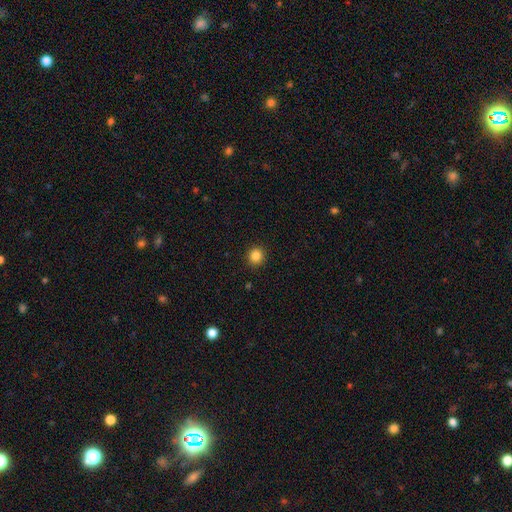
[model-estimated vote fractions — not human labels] Morphology: type=smooth (85%); roundness=round (92%); merging=none (92%).